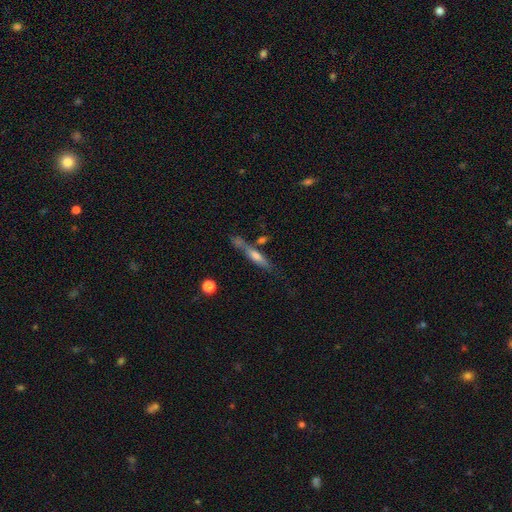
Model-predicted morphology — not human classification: A featured or disk galaxy (49%).

Vote fractions:
- Smooth or featured? featured or disk: 49% / smooth: 42% / star or artifact: 9%
- Merging? none: 61% / merger: 17% / minor disturbance: 16% / major disturbance: 6%